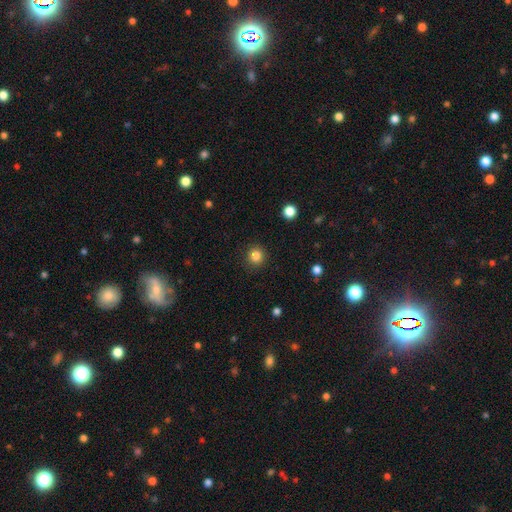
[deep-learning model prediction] Smooth or featured: smooth — 85% (star or artifact — 11%)
How rounded: round — 92% (in between — 7%)
Merging: none — 89% (minor disturbance — 7%)